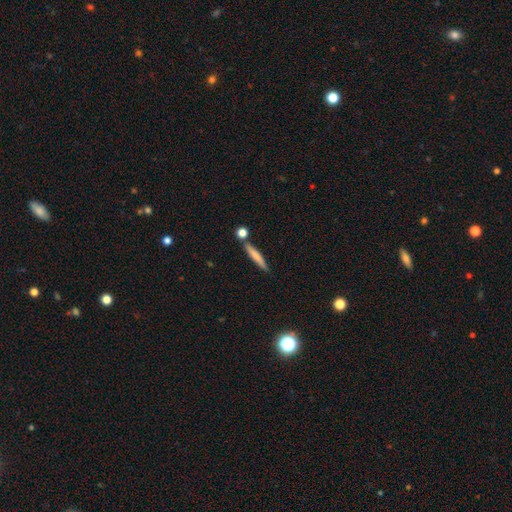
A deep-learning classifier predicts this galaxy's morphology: Smooth or featured: smooth — 69% (featured or disk — 24%)
How rounded: cigar-shaped — 92% (in between — 6%)
Merging: none — 78% (minor disturbance — 11%)